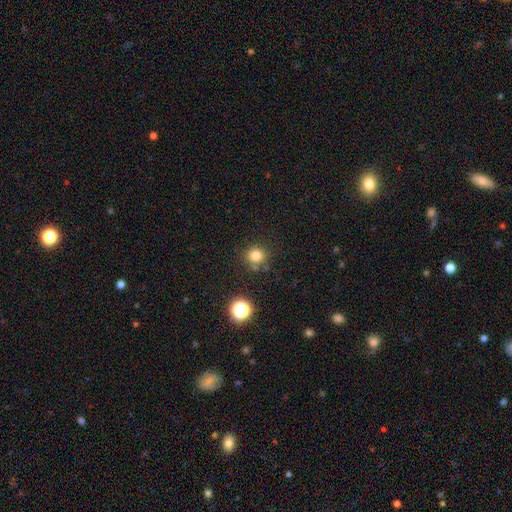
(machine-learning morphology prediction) The model was most divided on "smooth or featured": smooth: 80%, star or artifact: 15%, featured or disk: 6%. More confident: how rounded — round (88%); merging — none (80%).